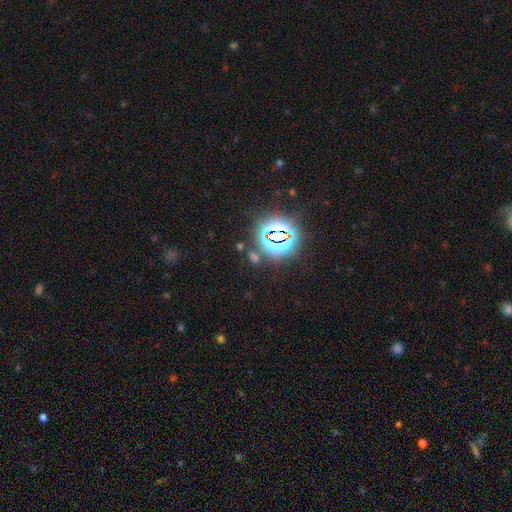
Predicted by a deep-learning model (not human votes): Q: Smooth or featured?
A: star or artifact (75%); runner-up: smooth (17%)